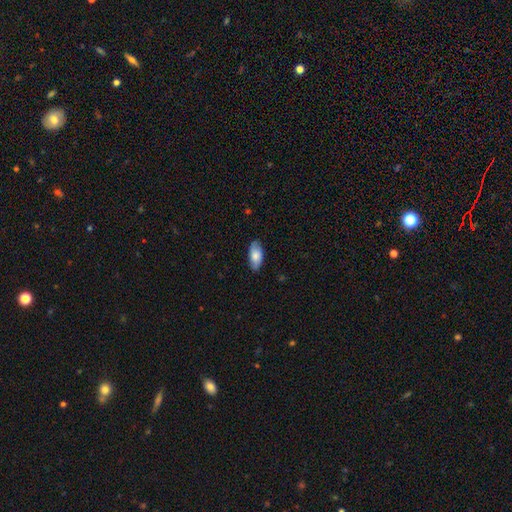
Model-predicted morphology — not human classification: Smooth or featured: smooth — 67% (featured or disk — 26%)
How rounded: in between — 91% (cigar-shaped — 6%)
Merging: none — 82% (minor disturbance — 14%)